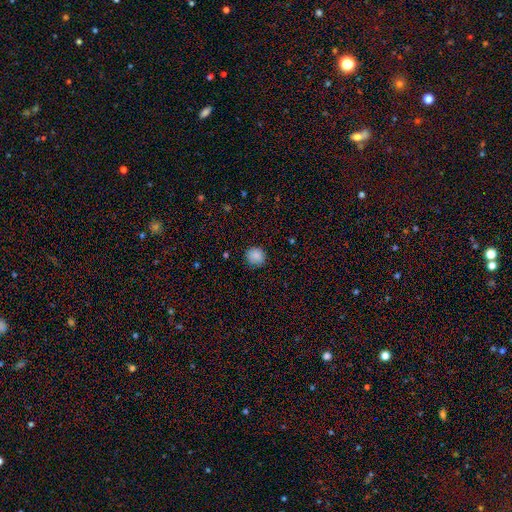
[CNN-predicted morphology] A smooth galaxy with no disk features (87%) that is round (87%). Merging: none (85%).